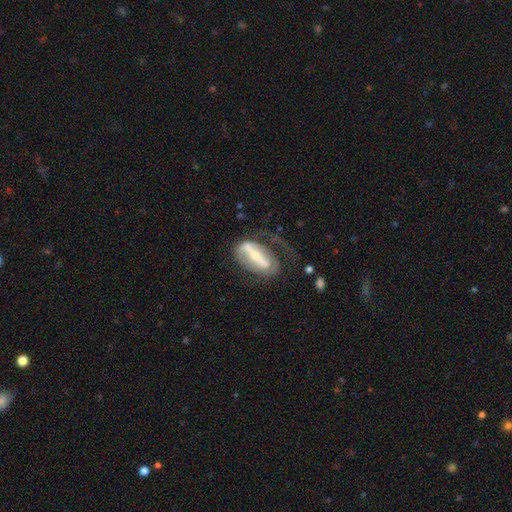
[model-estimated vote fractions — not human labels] Q: Smooth or featured?
A: featured or disk (67%); runner-up: smooth (26%)
Q: Edge-on disk?
A: no (82%); runner-up: yes (18%)
Q: Bar?
A: strong (72%); runner-up: weak (17%)
Q: Spiral arms?
A: yes (56%); runner-up: no (44%)
Q: Bulge size?
A: small (50%); runner-up: moderate (34%)
Q: Merging?
A: major disturbance (39%); runner-up: none (35%)